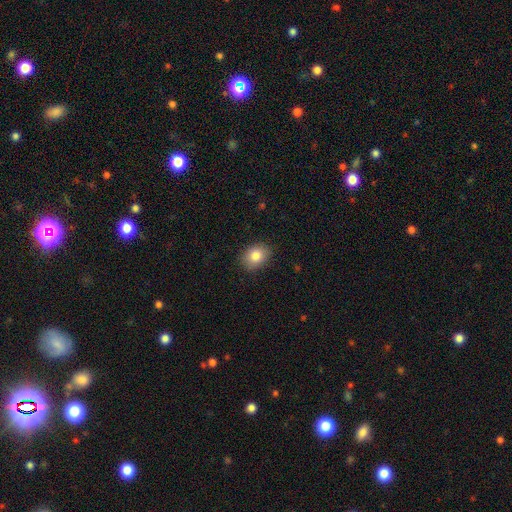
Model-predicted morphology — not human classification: type=smooth (83%); roundness=in between (58%); merging=none (87%).